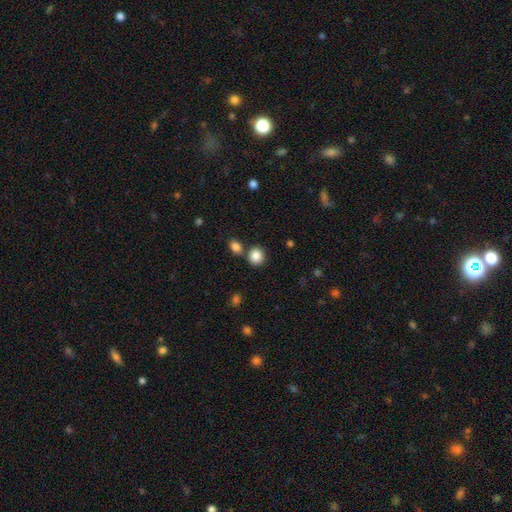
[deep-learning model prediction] smooth-or-featured: smooth: 86% | star or artifact: 9% | featured or disk: 4%
  how-rounded: round: 82% | in between: 17% | cigar-shaped: 1%
  merging: none: 72% | merger: 17% | minor disturbance: 9% | major disturbance: 3%